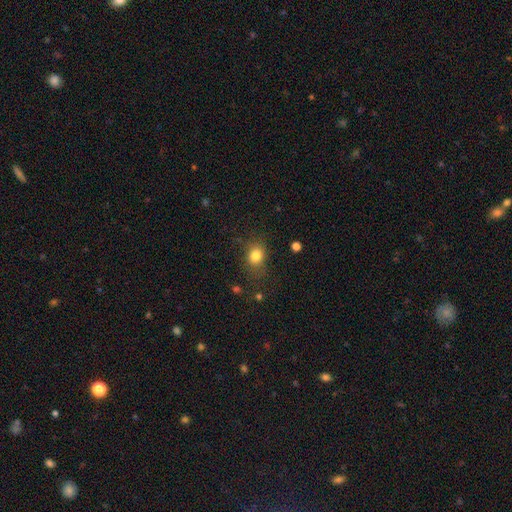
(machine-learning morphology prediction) A smooth galaxy with no disk features (81%) that is round (54%).

Vote fractions:
- Smooth or featured? smooth: 81% / star or artifact: 12% / featured or disk: 7%
- How rounded? round: 54% / in between: 45% / cigar-shaped: 1%
- Merging? none: 74% / minor disturbance: 17% / major disturbance: 7% / merger: 2%